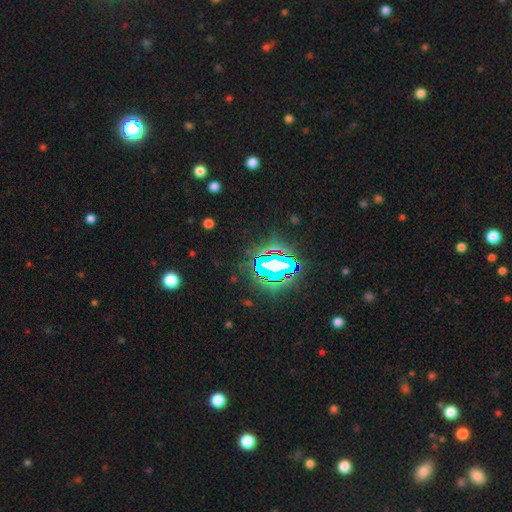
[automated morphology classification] Q: Smooth or featured?
A: star or artifact (85%); runner-up: smooth (9%)